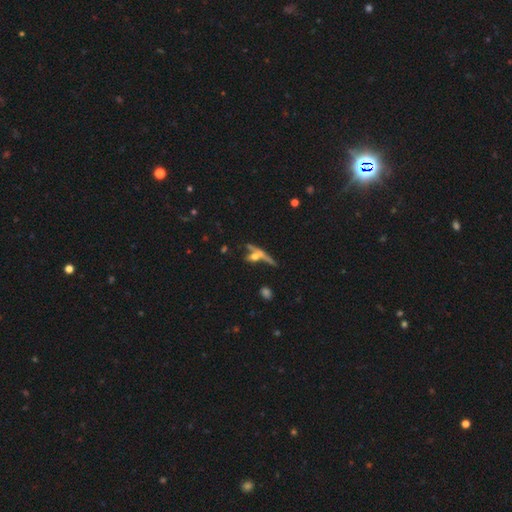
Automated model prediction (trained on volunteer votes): smooth-or-featured: featured or disk: 47% | smooth: 39% | star or artifact: 14%
  merging: none: 46% | merger: 32% | minor disturbance: 13% | major disturbance: 9%